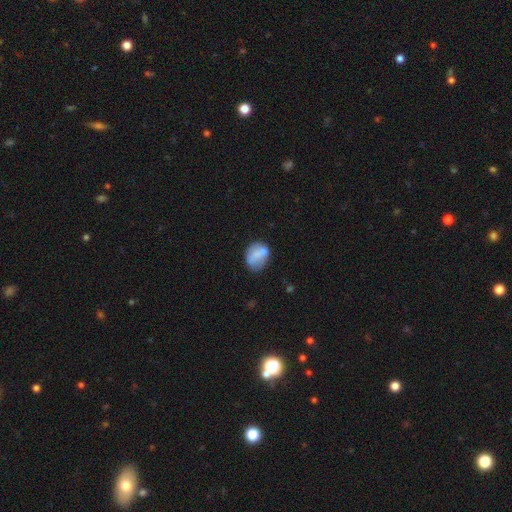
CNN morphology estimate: Overall: smooth (69%). How rounded: in between (50%; round 48%). Merging: none (51%; minor disturbance 25%).